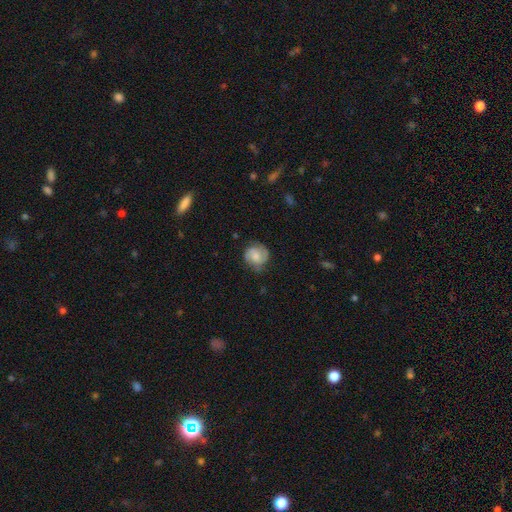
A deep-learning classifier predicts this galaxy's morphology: Smooth or featured?
  - featured or disk: 50% *
  - smooth: 42%
  - star or artifact: 8%
Edge-on disk?
  - no: 98% *
  - yes: 2%
Merging?
  - none: 72% *
  - minor disturbance: 20%
  - major disturbance: 6%
  - merger: 1%